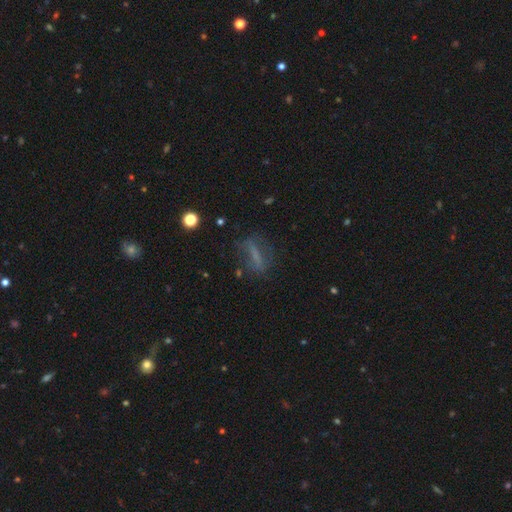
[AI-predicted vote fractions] Smooth or featured? Predicted: smooth (p=0.48). Merging? Predicted: none (p=0.68).